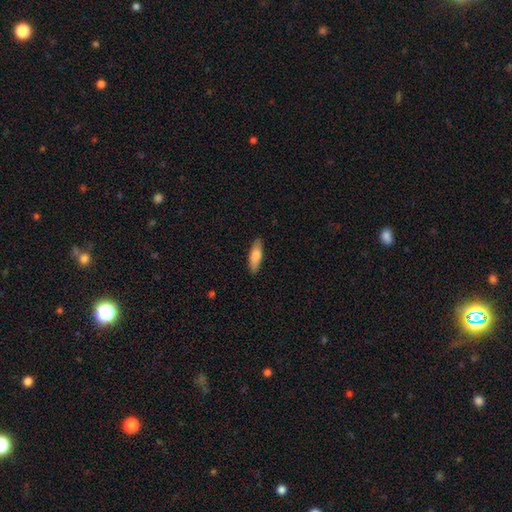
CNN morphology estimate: type=smooth (78%); roundness=in between (53%); merging=none (87%).